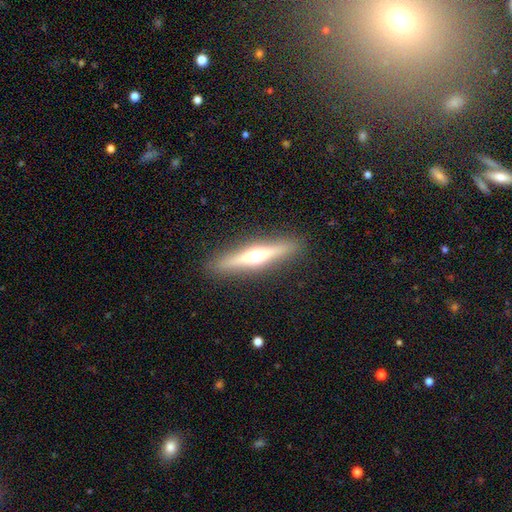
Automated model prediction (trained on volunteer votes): Smooth or featured? Predicted: featured or disk (p=0.65). Edge-on disk? Predicted: yes (p=0.96). Edge-on bulge? Predicted: rounded (p=0.95). Merging? Predicted: none (p=0.91).